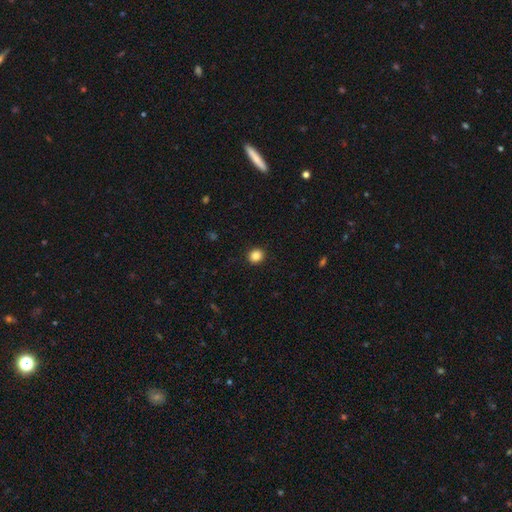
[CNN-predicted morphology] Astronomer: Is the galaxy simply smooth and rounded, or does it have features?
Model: smooth — 86%.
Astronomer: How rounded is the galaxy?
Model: round — 82%.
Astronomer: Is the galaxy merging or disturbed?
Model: none — 92%.